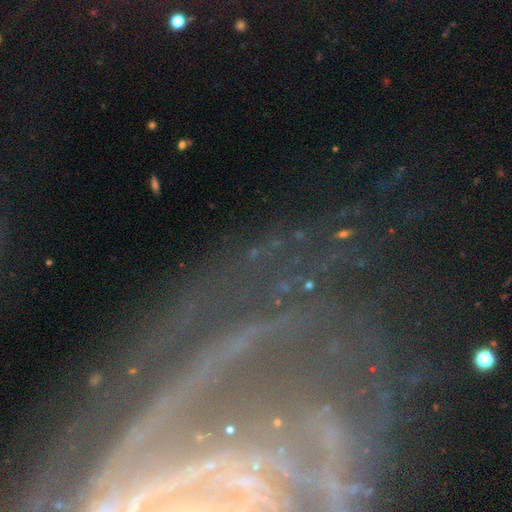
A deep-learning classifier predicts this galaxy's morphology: smooth_or_featured: featured or disk (p=0.64) [alt: star or artifact p=0.23]
disk_edge_on: no (p=0.89) [alt: yes p=0.11]
bar: strong (p=0.40) [alt: no p=0.32]
has_spiral_arms: yes (p=0.85) [alt: no p=0.15]
bulge_size: small (p=0.53) [alt: moderate p=0.29]
merging: none (p=0.73) [alt: minor disturbance p=0.14]